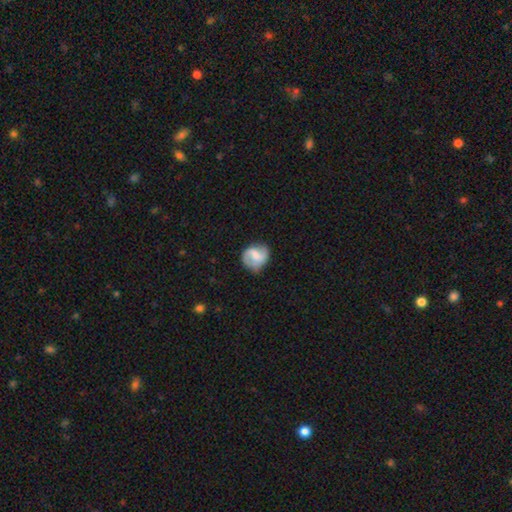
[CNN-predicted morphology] A featured or disk galaxy (62%) with a weak bar (51%), 2 (80%) medium (44%) spiral arms (88%) and a moderate central bulge (34%).

Vote fractions:
- Smooth or featured? featured or disk: 62% / smooth: 31% / star or artifact: 7%
- Edge-on disk? no: 98% / yes: 2%
- Bar? weak: 51% / no: 27% / strong: 22%
- Spiral arms? yes: 88% / no: 12%
- Spiral winding? medium: 44% / loose: 36% / tight: 20%
- Spiral arm count? 2: 80% / can't tell: 8% / 1: 7% / 3: 2% / 4: 1% / more than 4: 1%
- Bulge size? moderate: 34% / small: 31% / none: 25% / large: 9% / dominant: 2%
- Merging? none: 69% / minor disturbance: 21% / major disturbance: 8% / merger: 2%